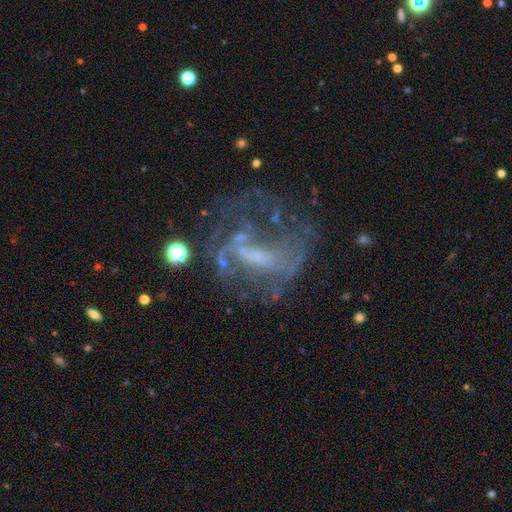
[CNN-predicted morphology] featured or disk 70%, star or artifact 17%, smooth 14%. Down the decision tree: edge-on disk — no (96%); bar — no (42%); spiral arms — no (51%); bulge size — none (41%); merging — none (40%).